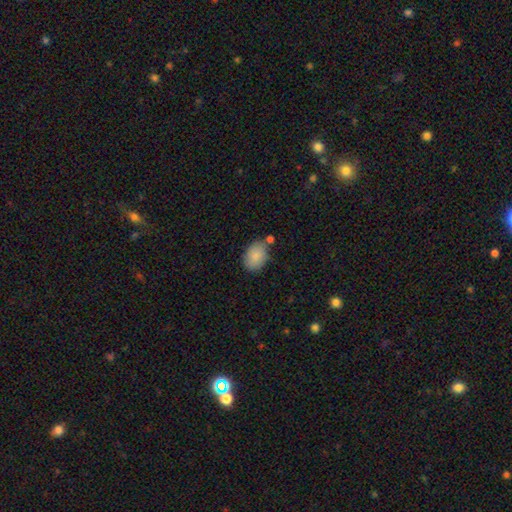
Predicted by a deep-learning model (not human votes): Smooth or featured: smooth — 86% (featured or disk — 8%)
How rounded: in between — 79% (round — 20%)
Merging: none — 67% (minor disturbance — 18%)